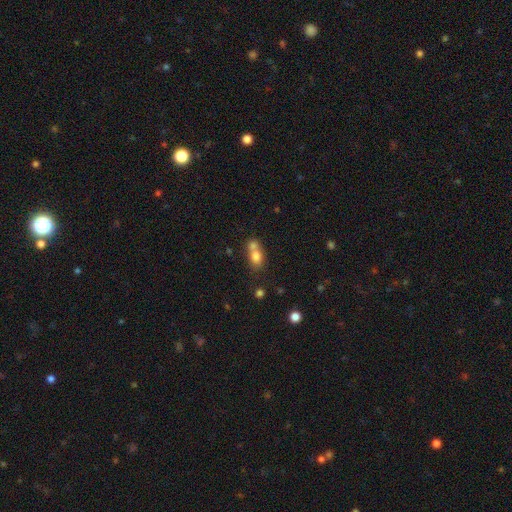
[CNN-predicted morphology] A smooth galaxy with no disk features (75%) that is in between round and cigar-shaped (53%). Merging: merger (60%).